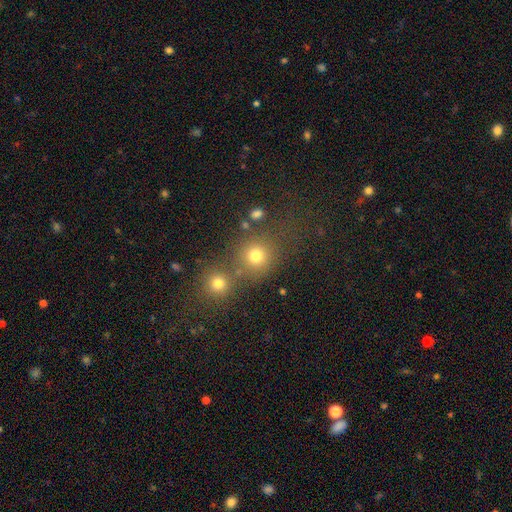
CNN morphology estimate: Smooth or featured? Predicted: smooth (p=0.76). How rounded? Predicted: round (p=0.86). Merging? Predicted: none (p=0.61).